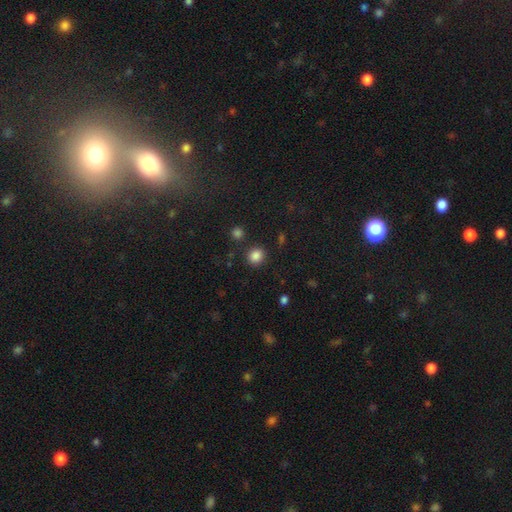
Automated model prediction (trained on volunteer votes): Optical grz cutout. It shows a smooth galaxy with no disk features (85%) that is round (81%). Merging: none (86%).